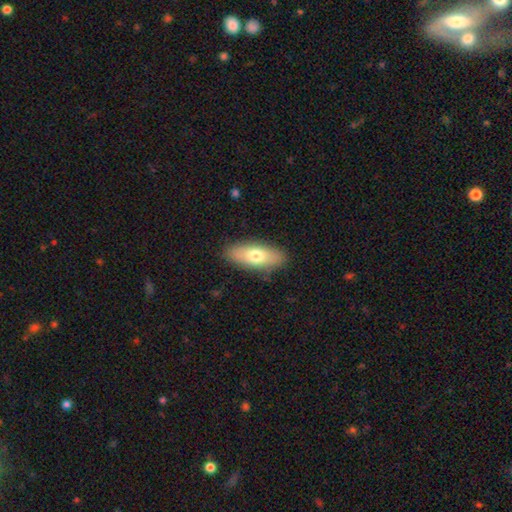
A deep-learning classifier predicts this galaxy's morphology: Smooth or featured?
  - smooth: 69% *
  - featured or disk: 25%
  - star or artifact: 6%
How rounded?
  - in between: 72% *
  - cigar-shaped: 25%
  - round: 3%
Merging?
  - none: 88% *
  - minor disturbance: 9%
  - major disturbance: 2%
  - merger: 1%